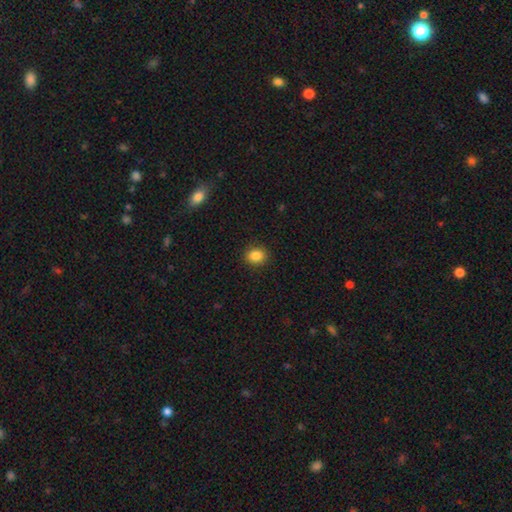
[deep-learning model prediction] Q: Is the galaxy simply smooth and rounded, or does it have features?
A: smooth — 85%.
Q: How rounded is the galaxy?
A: round — 71%.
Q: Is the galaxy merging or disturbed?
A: none — 90%.